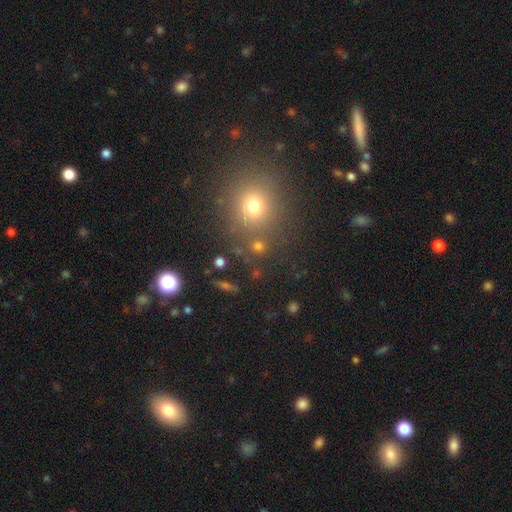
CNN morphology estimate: smooth-or-featured: smooth: 56% | star or artifact: 35% | featured or disk: 9%
  how-rounded: round: 81% | in between: 17% | cigar-shaped: 2%
  merging: none: 83% | minor disturbance: 8% | merger: 5% | major disturbance: 4%